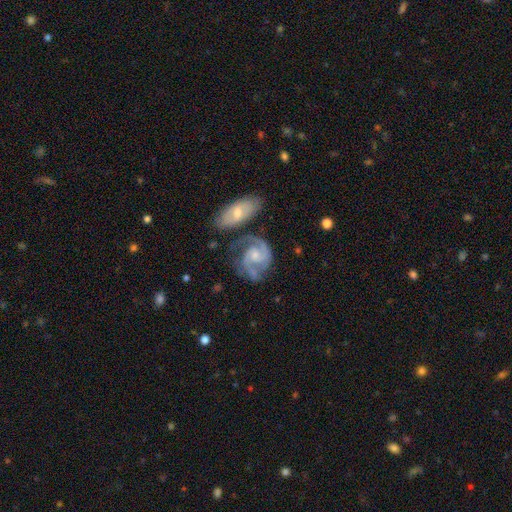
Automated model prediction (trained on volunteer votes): This is clearly a featured or disk galaxy (88%). It is clearly not viewed edge-on (98%). Bar: possibly no (59%). Spiral arm pattern: clearly yes (97%). Spiral arm count: clearly 2 (85%). Spiral winding: possibly medium (53%). Central bulge: possibly small (52%). Merging: possibly none (55%).